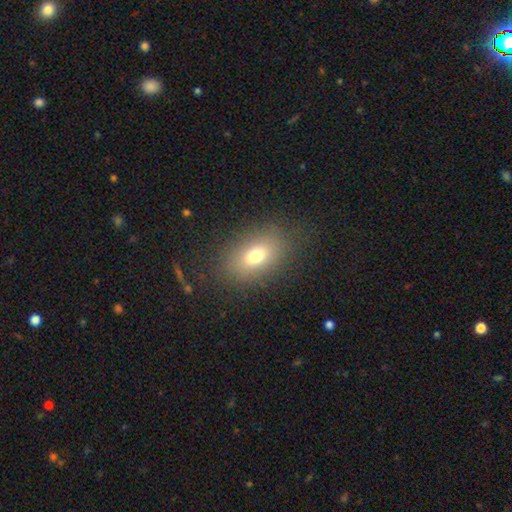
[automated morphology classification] smooth-or-featured: smooth: 74% | featured or disk: 15% | star or artifact: 11%
  how-rounded: in between: 84% | round: 14% | cigar-shaped: 3%
  merging: none: 83% | minor disturbance: 11% | major disturbance: 5% | merger: 1%